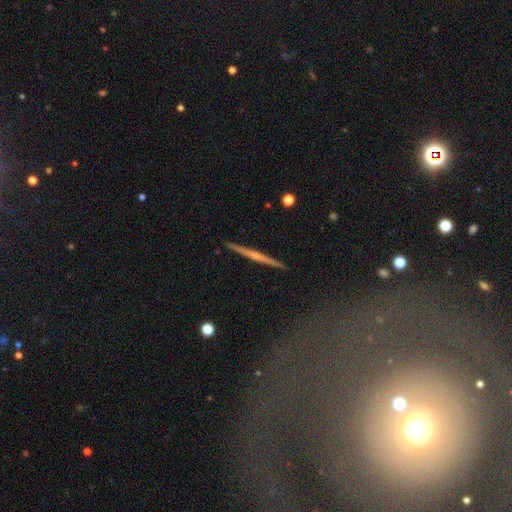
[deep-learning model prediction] A featured or disk galaxy (75%) viewed edge-on (98%) with a rounded central bulge (62%).

Vote fractions:
- Smooth or featured? featured or disk: 75% / smooth: 19% / star or artifact: 6%
- Edge-on disk? yes: 98% / no: 2%
- Edge-on bulge? rounded: 62% / none: 30% / boxy: 8%
- Merging? none: 91% / minor disturbance: 6% / major disturbance: 1% / merger: 1%